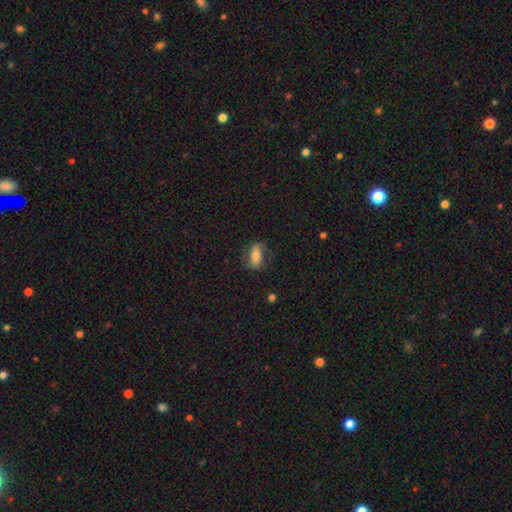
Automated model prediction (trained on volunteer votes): Smooth or featured: smooth — 56% (featured or disk — 36%)
How rounded: in between — 83% (round — 9%)
Merging: none — 65% (minor disturbance — 21%)